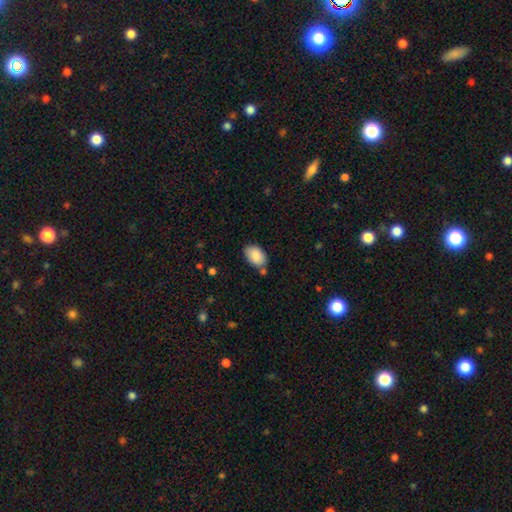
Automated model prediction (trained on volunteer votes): Smooth or featured?
  - smooth: 88% *
  - star or artifact: 7%
  - featured or disk: 5%
How rounded?
  - in between: 91% *
  - round: 8%
  - cigar-shaped: 1%
Merging?
  - none: 67% *
  - minor disturbance: 19%
  - merger: 9%
  - major disturbance: 4%